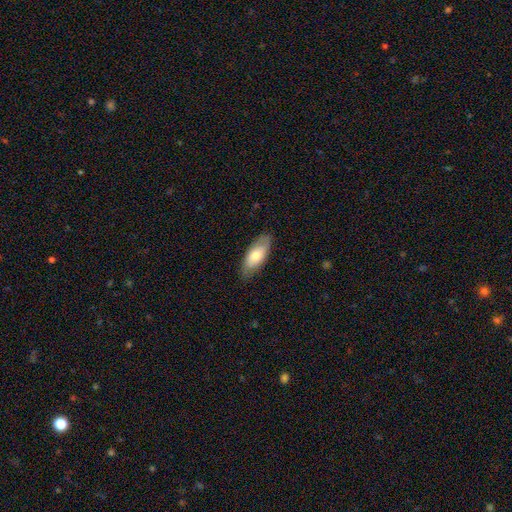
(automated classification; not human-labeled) smooth 71%, featured or disk 23%, star or artifact 6%. Down the decision tree: how rounded — in between (82%); merging — none (81%).